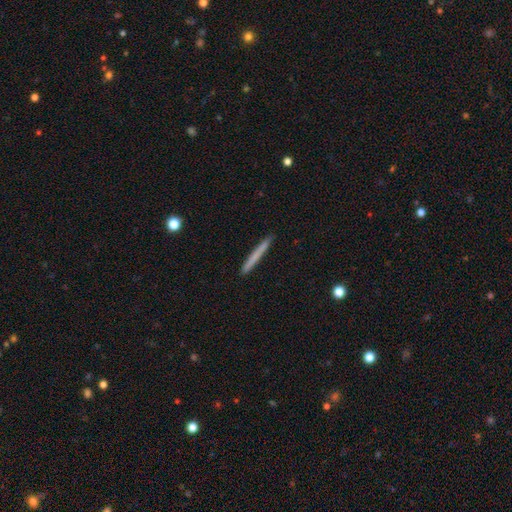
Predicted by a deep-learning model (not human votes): Smooth or featured? smooth (66%)
How rounded? cigar-shaped (97%)
Merging? none (92%)